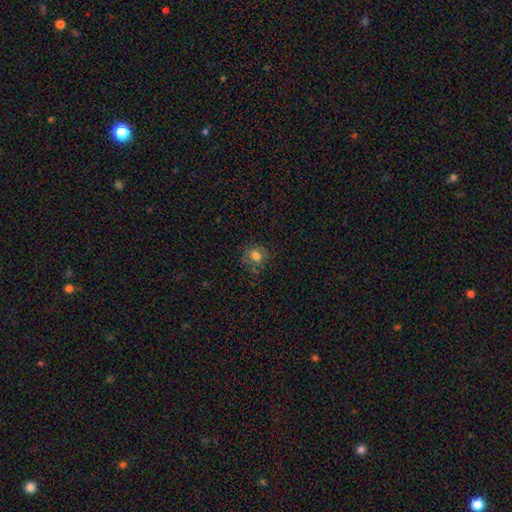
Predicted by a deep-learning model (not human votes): smooth_or_featured: smooth (p=0.71) [alt: star or artifact p=0.16]
how_rounded: round (p=0.73) [alt: in between p=0.26]
merging: none (p=0.74) [alt: minor disturbance p=0.17]